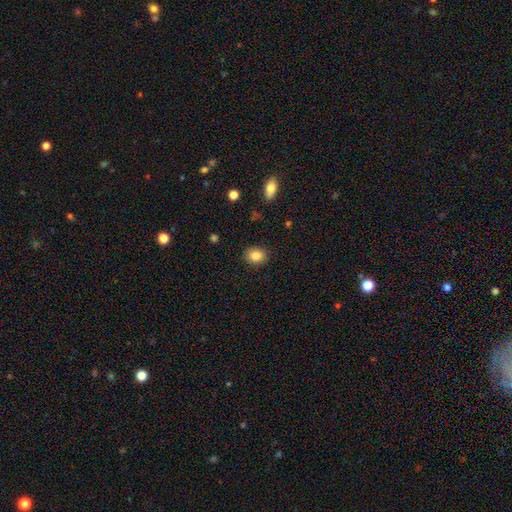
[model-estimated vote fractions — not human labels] Overall: smooth (85%). How rounded: round (52%; in between 47%). Merging: none (88%).